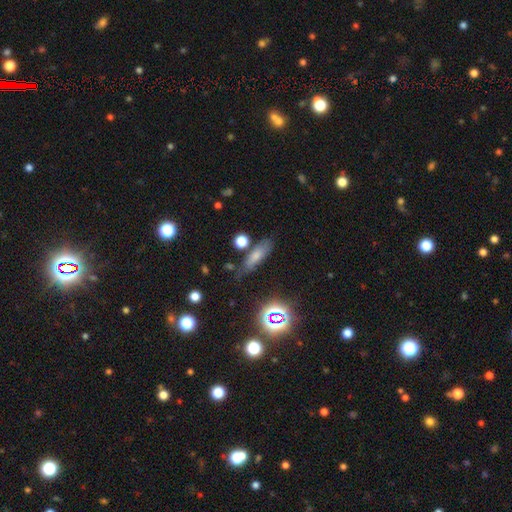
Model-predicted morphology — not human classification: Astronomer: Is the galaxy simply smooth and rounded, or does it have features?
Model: smooth — 67%.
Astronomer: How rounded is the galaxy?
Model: in between — 47% (runner-up: cigar-shaped, 46%).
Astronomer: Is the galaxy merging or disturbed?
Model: none — 70%.